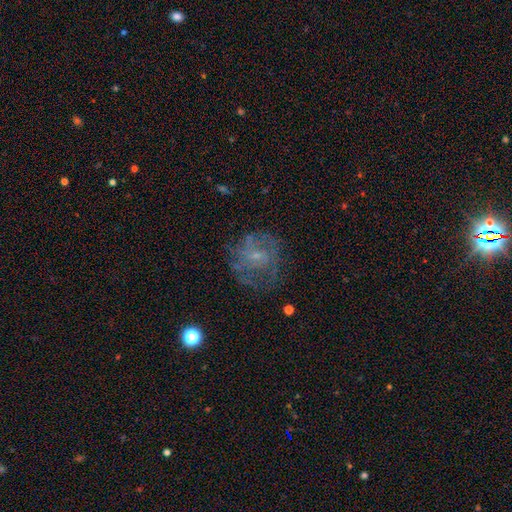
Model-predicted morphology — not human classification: A featured or disk galaxy (63%) with no bar (60%), spiral arms (66%) and a small central bulge (65%). Merging: none (61%).